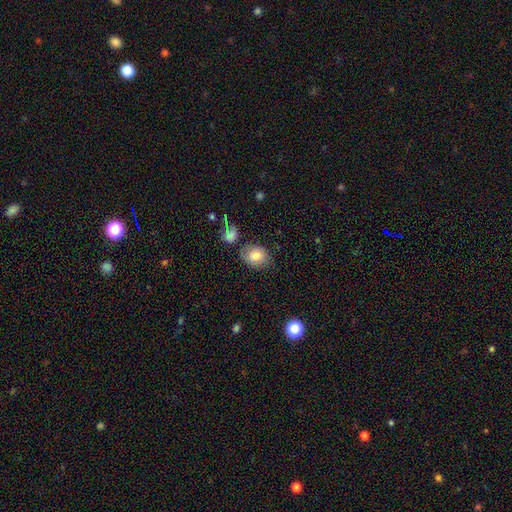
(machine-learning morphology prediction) A smooth galaxy with no disk features (76%) that is in between round and cigar-shaped (56%).

Vote fractions:
- Smooth or featured? smooth: 76% / featured or disk: 14% / star or artifact: 10%
- How rounded? in between: 56% / round: 43% / cigar-shaped: 1%
- Merging? none: 69% / minor disturbance: 19% / merger: 6% / major disturbance: 5%